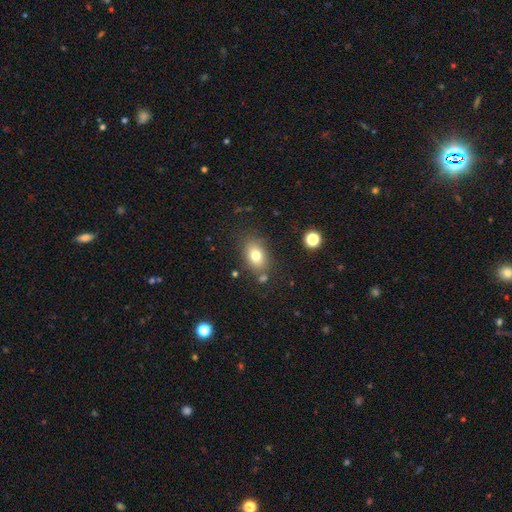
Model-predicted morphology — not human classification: Q: Smooth or featured?
A: smooth (76%); runner-up: featured or disk (13%)
Q: How rounded?
A: in between (78%); runner-up: round (20%)
Q: Merging?
A: none (76%); runner-up: minor disturbance (13%)